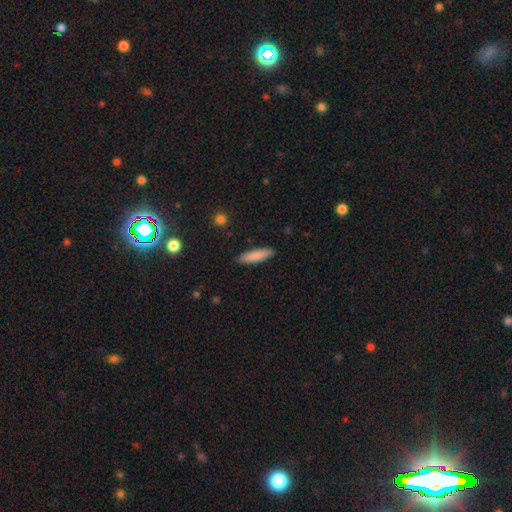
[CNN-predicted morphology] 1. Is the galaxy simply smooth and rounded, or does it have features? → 86% smooth, 8% featured or disk, 6% star or artifact.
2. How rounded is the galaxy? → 70% cigar-shaped, 29% in between, 1% round.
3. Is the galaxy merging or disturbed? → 90% none, 8% minor disturbance, 2% major disturbance, 1% merger.